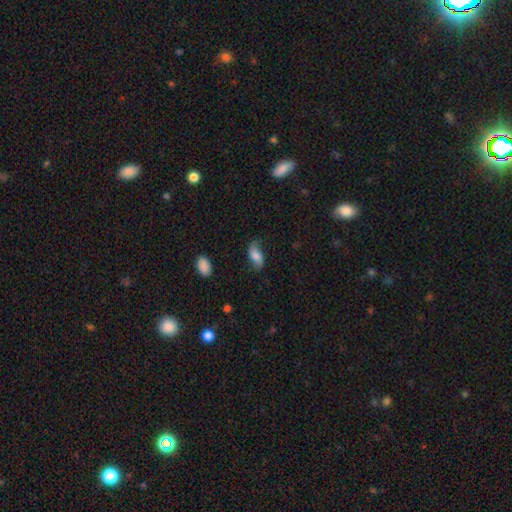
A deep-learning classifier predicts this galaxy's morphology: Smooth or featured: smooth — 61% (featured or disk — 31%)
How rounded: in between — 87% (cigar-shaped — 8%)
Merging: none — 64% (minor disturbance — 25%)